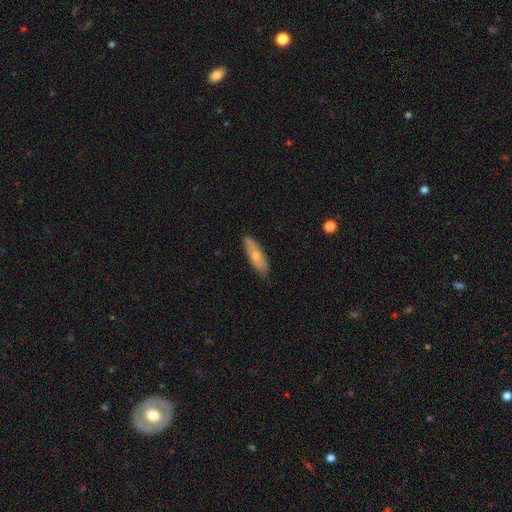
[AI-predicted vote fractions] Smooth or featured? Predicted: smooth (p=0.65). How rounded? Predicted: cigar-shaped (p=0.52). Merging? Predicted: none (p=0.79).